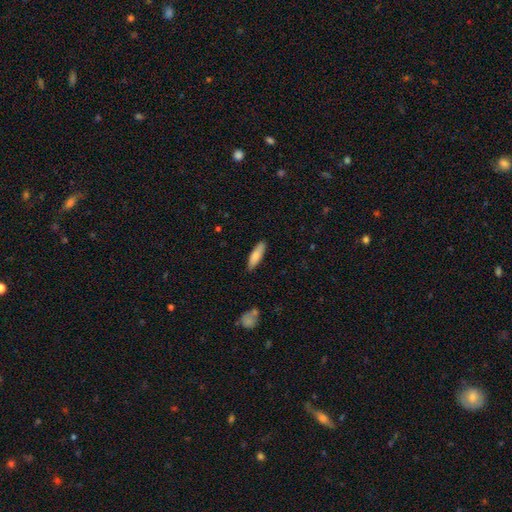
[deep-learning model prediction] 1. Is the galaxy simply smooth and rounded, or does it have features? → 80% smooth, 14% featured or disk, 6% star or artifact.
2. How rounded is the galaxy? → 58% cigar-shaped, 40% in between, 2% round.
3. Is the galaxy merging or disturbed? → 85% none, 11% minor disturbance, 2% major disturbance, 2% merger.